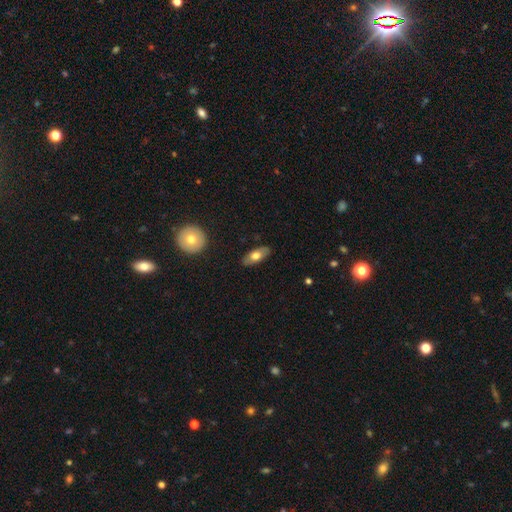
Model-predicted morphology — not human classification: smooth 64%, featured or disk 30%, star or artifact 6%. Down the decision tree: how rounded — in between (84%); merging — none (86%).